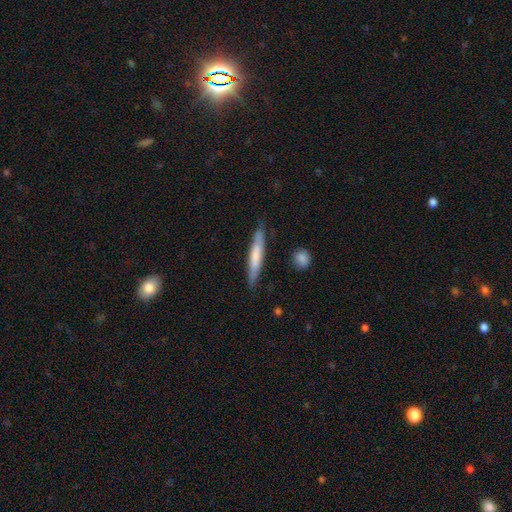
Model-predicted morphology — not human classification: smooth_or_featured: smooth (p=0.63) [alt: featured or disk p=0.31]
how_rounded: cigar-shaped (p=0.93) [alt: in between p=0.06]
merging: none (p=0.83) [alt: minor disturbance p=0.13]